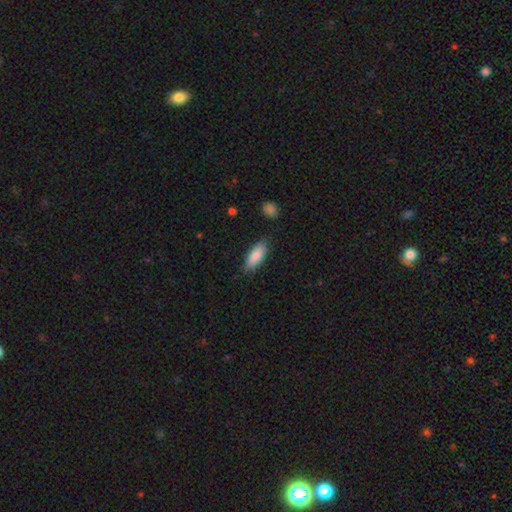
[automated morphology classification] Smooth or featured?
  - smooth: 86% *
  - featured or disk: 8%
  - star or artifact: 6%
How rounded?
  - in between: 73% *
  - cigar-shaped: 25%
  - round: 2%
Merging?
  - none: 81% *
  - minor disturbance: 14%
  - major disturbance: 3%
  - merger: 2%